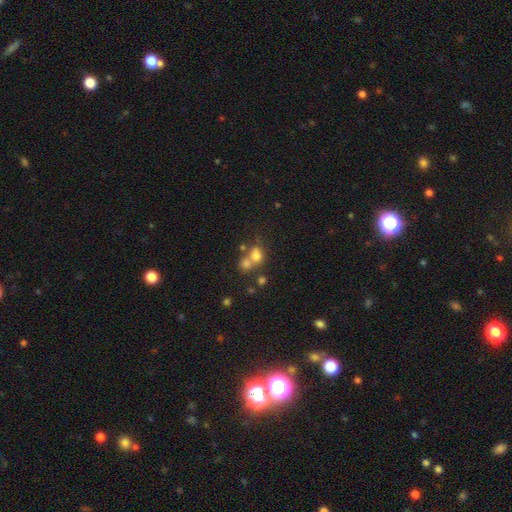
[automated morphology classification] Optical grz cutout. It shows a smooth galaxy with no disk features (70%) that is round (61%). Merging: merger (53%).